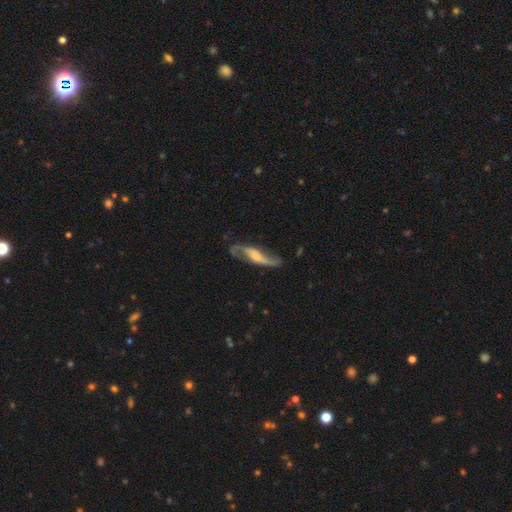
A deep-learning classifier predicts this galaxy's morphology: Q: Smooth or featured?
A: featured or disk (81%); runner-up: smooth (14%)
Q: Edge-on disk?
A: no (83%); runner-up: yes (17%)
Q: Bar?
A: weak (40%); runner-up: no (36%)
Q: Spiral arms?
A: yes (94%); runner-up: no (6%)
Q: Spiral winding?
A: loose (69%); runner-up: medium (25%)
Q: Spiral arm count?
A: 2 (90%); runner-up: can't tell (4%)
Q: Bulge size?
A: moderate (41%); runner-up: small (33%)
Q: Merging?
A: none (68%); runner-up: minor disturbance (19%)